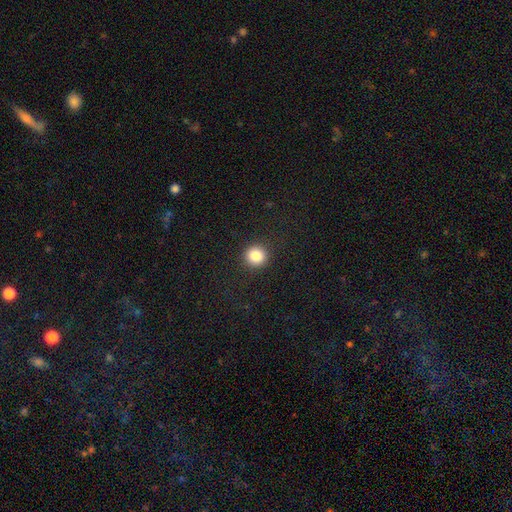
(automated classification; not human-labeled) This appears to be a smooth galaxy with no disk features (85%) that is round (93%). Merging: none (92%).